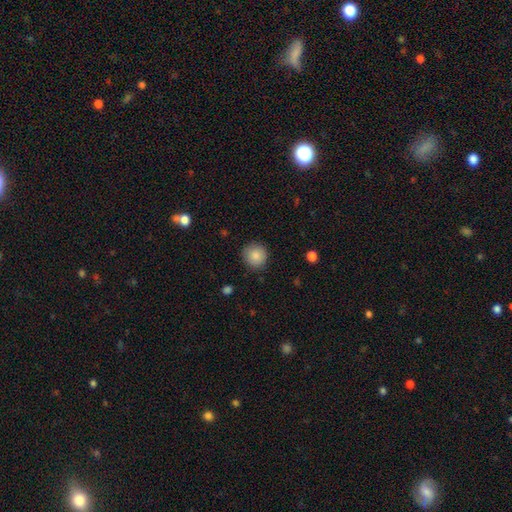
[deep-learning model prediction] This appears to be a smooth galaxy with no disk features (86%) that is round (93%). Merging: none (89%).